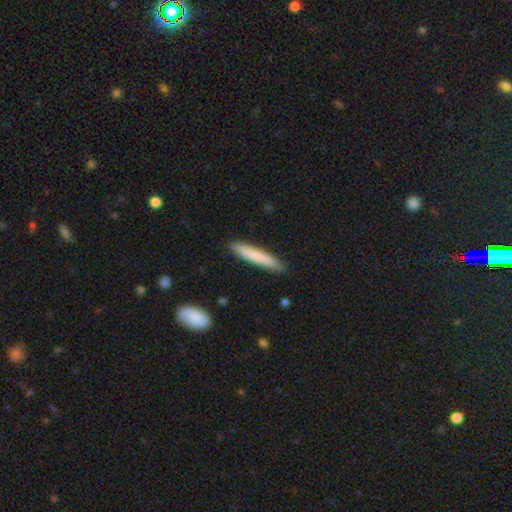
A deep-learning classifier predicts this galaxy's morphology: Overall: smooth (76%). How rounded: cigar-shaped (92%). Merging: none (86%).